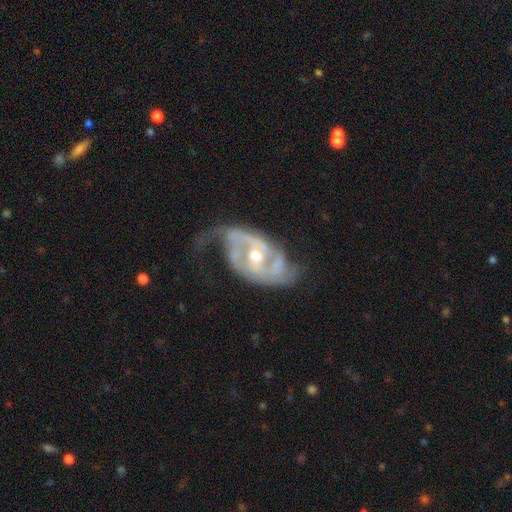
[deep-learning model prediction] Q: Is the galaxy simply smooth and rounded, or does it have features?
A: featured or disk — 90%.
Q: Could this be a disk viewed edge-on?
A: no — 96%.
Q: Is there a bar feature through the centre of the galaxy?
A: weak — 42%.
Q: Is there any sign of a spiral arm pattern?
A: yes — 95%.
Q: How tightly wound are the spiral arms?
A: medium — 46%.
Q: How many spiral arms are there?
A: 2 — 70%.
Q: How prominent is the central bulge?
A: moderate — 66%.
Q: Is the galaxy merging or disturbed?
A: none — 45%.